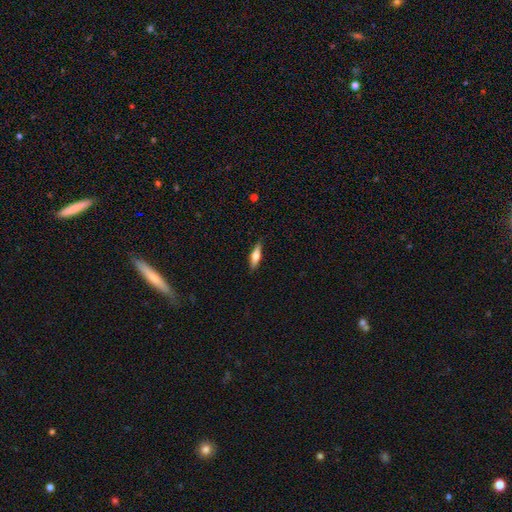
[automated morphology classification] This appears to be a smooth galaxy with no disk features (58%) that is cigar-shaped (65%). Merging: none (85%).